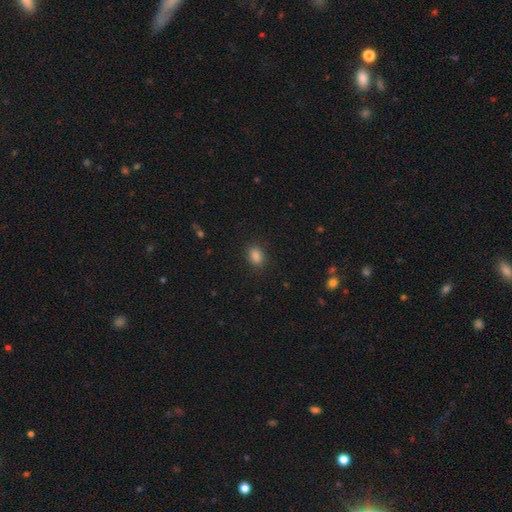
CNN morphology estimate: smooth-or-featured: smooth: 86% | star or artifact: 11% | featured or disk: 4%
  how-rounded: in between: 74% | round: 25% | cigar-shaped: 1%
  merging: none: 87% | minor disturbance: 9% | major disturbance: 3% | merger: 1%